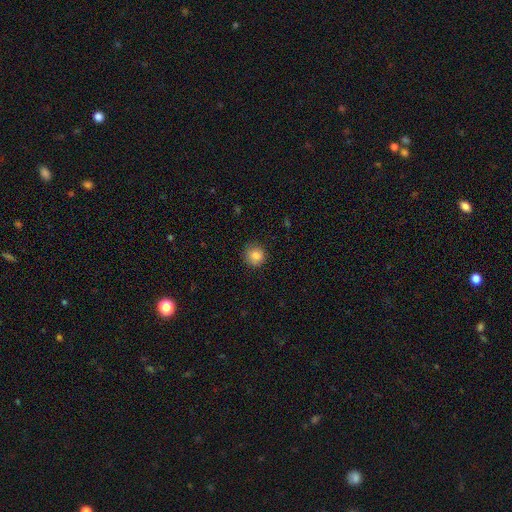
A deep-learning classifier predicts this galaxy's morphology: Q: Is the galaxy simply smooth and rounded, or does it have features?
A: smooth — 85%.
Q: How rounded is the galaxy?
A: round — 89%.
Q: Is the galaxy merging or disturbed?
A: none — 83%.